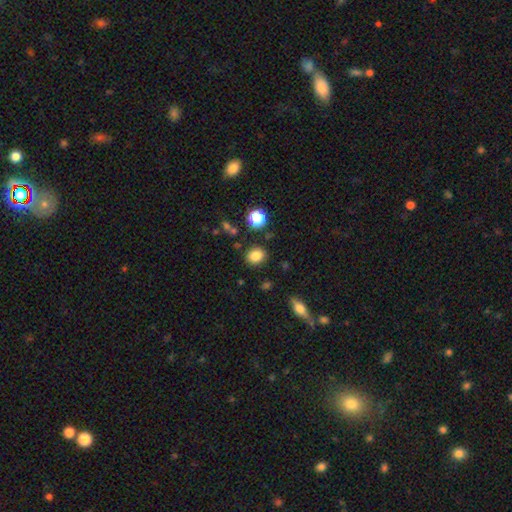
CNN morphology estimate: Smooth or featured? smooth (84%)
How rounded? round (59%)
Merging? none (85%)